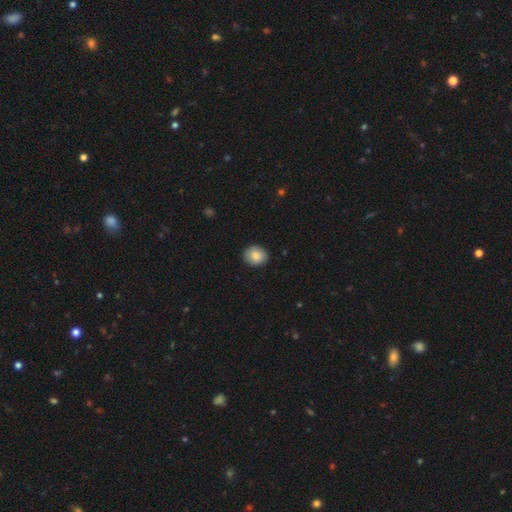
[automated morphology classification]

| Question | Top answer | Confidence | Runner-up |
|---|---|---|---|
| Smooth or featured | smooth | 85% | star or artifact (8%) |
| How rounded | round | 69% | in between (30%) |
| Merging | none | 89% | minor disturbance (8%) |